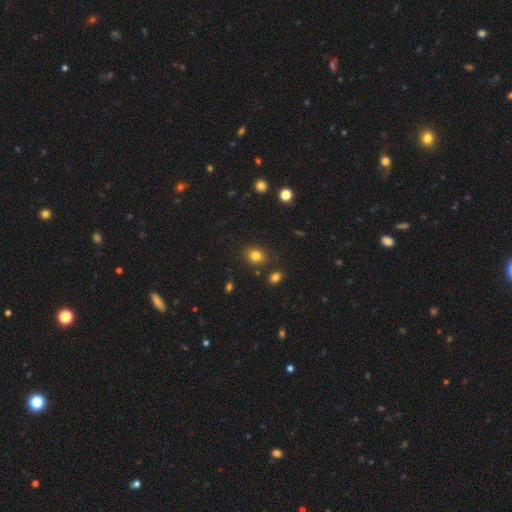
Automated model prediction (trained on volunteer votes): smooth_or_featured: smooth (p=0.81) [alt: star or artifact p=0.12]
how_rounded: round (p=0.55) [alt: in between p=0.45]
merging: none (p=0.83) [alt: minor disturbance p=0.10]